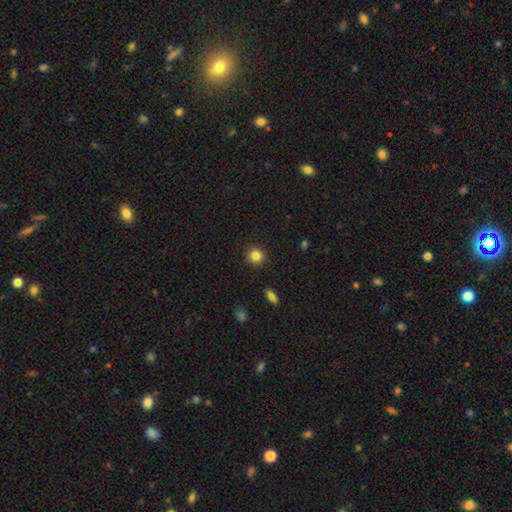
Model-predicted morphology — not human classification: Q: Smooth or featured?
A: smooth (84%); runner-up: star or artifact (11%)
Q: How rounded?
A: round (91%); runner-up: in between (8%)
Q: Merging?
A: none (90%); runner-up: minor disturbance (7%)